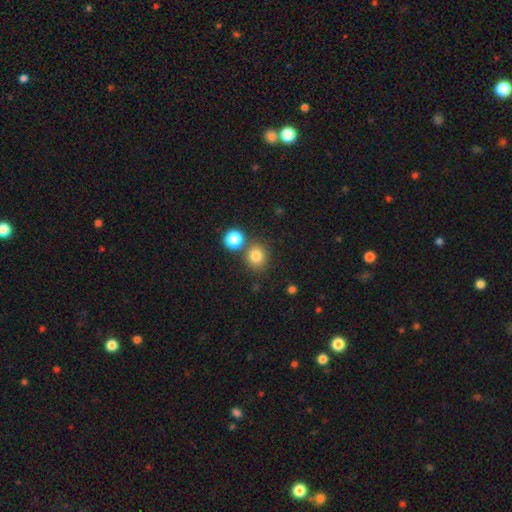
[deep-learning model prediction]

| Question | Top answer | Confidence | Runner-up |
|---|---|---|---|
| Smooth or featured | smooth | 80% | star or artifact (13%) |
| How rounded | round | 81% | in between (18%) |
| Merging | none | 73% | merger (15%) |